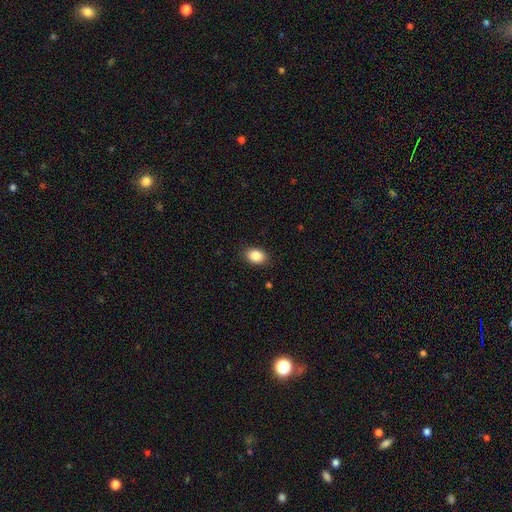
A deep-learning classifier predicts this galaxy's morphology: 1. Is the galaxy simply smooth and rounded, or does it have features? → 87% smooth, 8% star or artifact, 5% featured or disk.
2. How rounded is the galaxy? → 74% in between, 25% round, 1% cigar-shaped.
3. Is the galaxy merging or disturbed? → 87% none, 10% minor disturbance, 2% major disturbance, 1% merger.